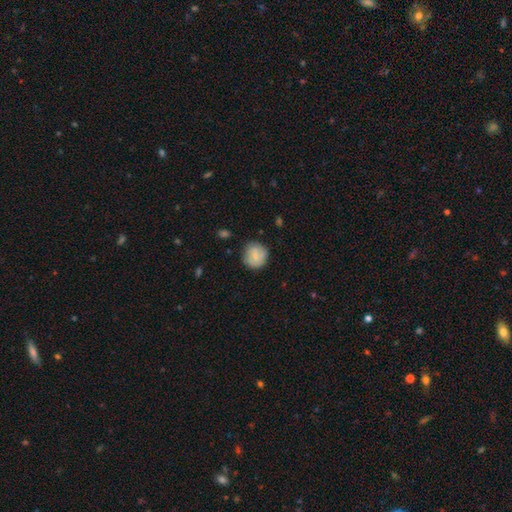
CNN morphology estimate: This appears to be a smooth galaxy with no disk features (68%) that is round (87%). Merging: none (75%).